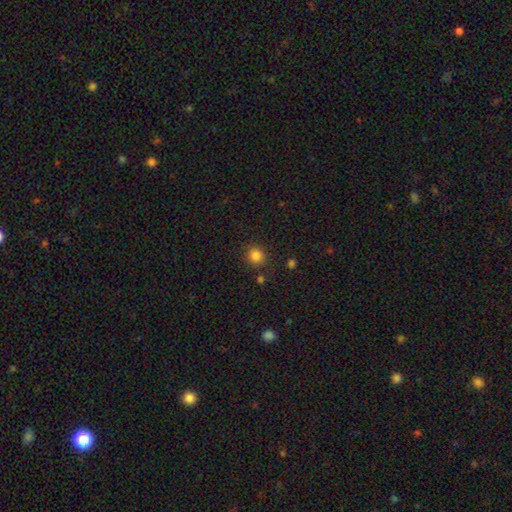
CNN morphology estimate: Q: Smooth or featured?
A: smooth (84%); runner-up: star or artifact (12%)
Q: How rounded?
A: round (89%); runner-up: in between (10%)
Q: Merging?
A: none (84%); runner-up: minor disturbance (9%)